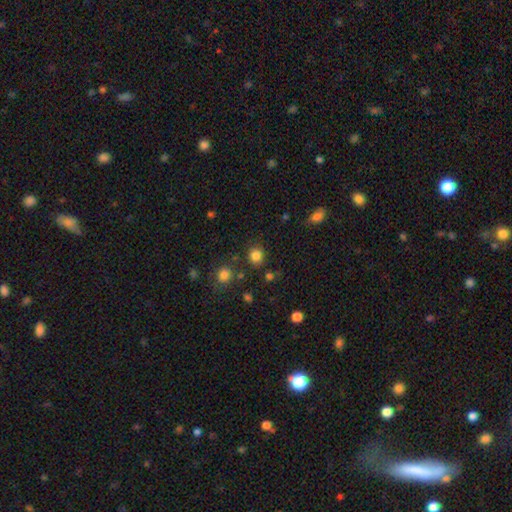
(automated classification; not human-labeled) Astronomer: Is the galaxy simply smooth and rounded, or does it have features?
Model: smooth — 83%.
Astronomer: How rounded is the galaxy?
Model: round — 86%.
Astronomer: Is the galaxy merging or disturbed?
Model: none — 85%.